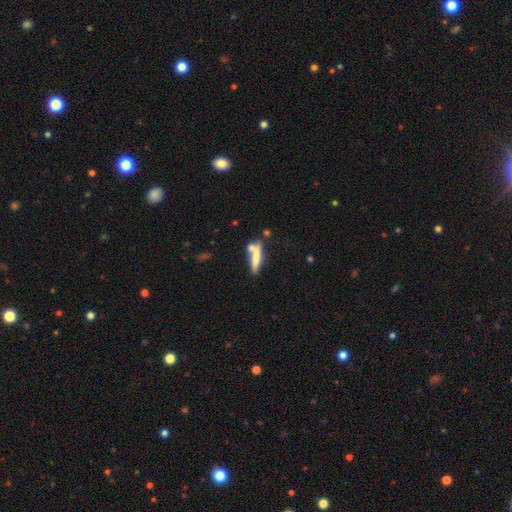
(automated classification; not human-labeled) smooth-or-featured: smooth: 65% | featured or disk: 27% | star or artifact: 8%
  how-rounded: cigar-shaped: 82% | in between: 16% | round: 2%
  merging: none: 47% | merger: 29% | minor disturbance: 16% | major disturbance: 7%